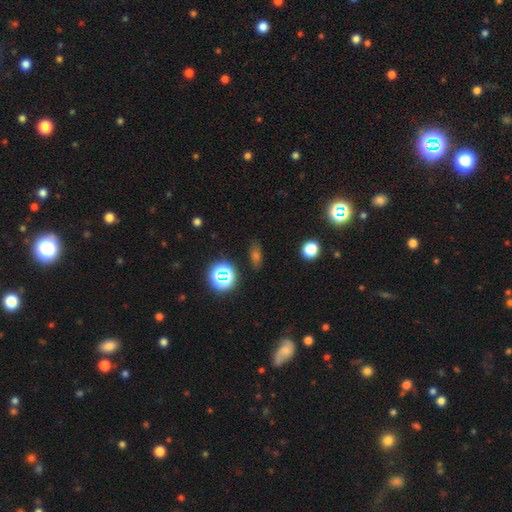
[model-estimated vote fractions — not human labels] A smooth galaxy with no disk features (46%). Merging: none (82%).